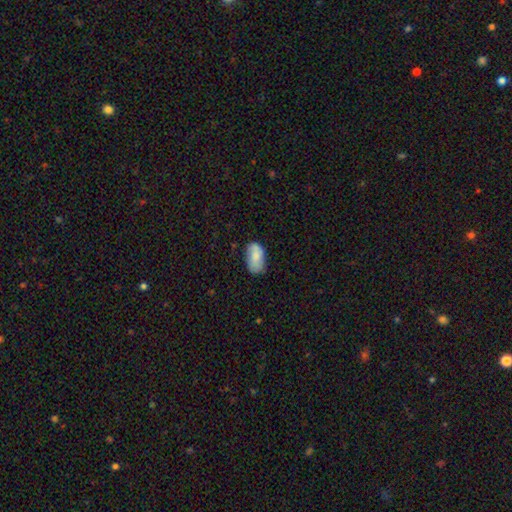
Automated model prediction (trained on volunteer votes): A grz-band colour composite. It shows a smooth galaxy with no disk features (77%) that is in between round and cigar-shaped (93%). Merging: none (67%).